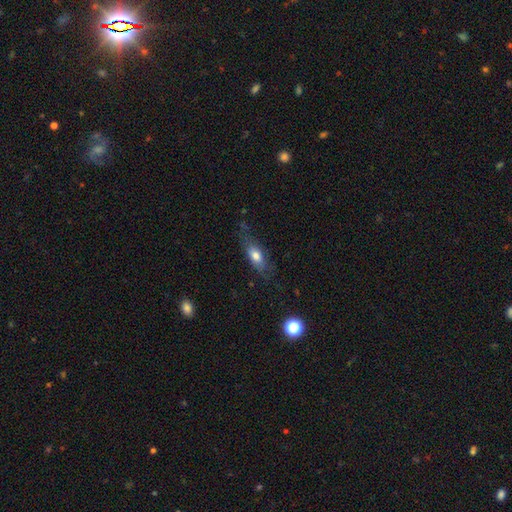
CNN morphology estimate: The model was most divided on "merging": none: 62%, minor disturbance: 24%, major disturbance: 12%, merger: 2%. More confident: how rounded — in between (70%); smooth or featured — smooth (69%).